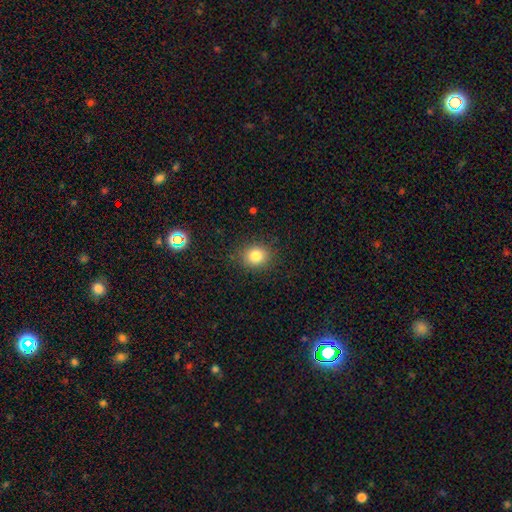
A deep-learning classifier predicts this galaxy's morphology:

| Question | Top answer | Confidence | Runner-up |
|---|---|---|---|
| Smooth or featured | smooth | 83% | star or artifact (11%) |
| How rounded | round | 73% | in between (27%) |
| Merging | none | 87% | minor disturbance (9%) |